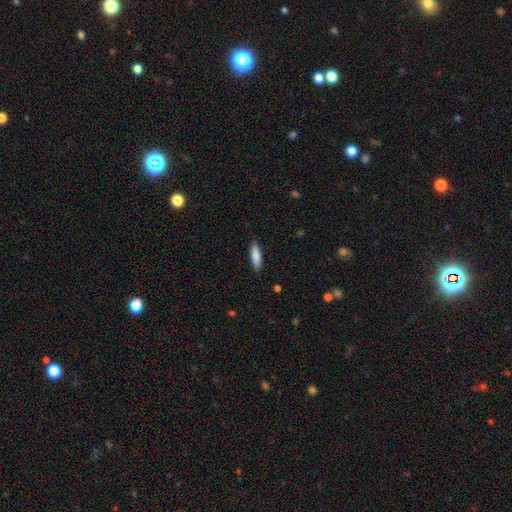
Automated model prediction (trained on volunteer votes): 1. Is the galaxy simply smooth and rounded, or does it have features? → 83% smooth, 11% featured or disk, 6% star or artifact.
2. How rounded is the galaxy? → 69% cigar-shaped, 30% in between, 1% round.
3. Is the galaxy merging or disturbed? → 87% none, 10% minor disturbance, 2% major disturbance, 1% merger.